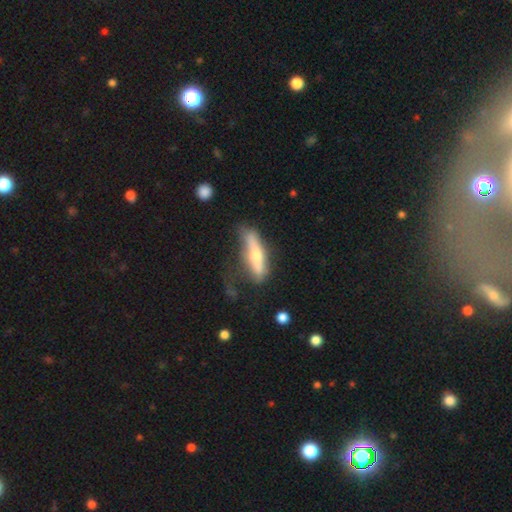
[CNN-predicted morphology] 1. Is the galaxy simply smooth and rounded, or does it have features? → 50% featured or disk, 44% smooth, 6% star or artifact.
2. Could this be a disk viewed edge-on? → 80% yes, 20% no.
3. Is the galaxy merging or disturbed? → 52% none, 27% minor disturbance, 17% major disturbance, 4% merger.